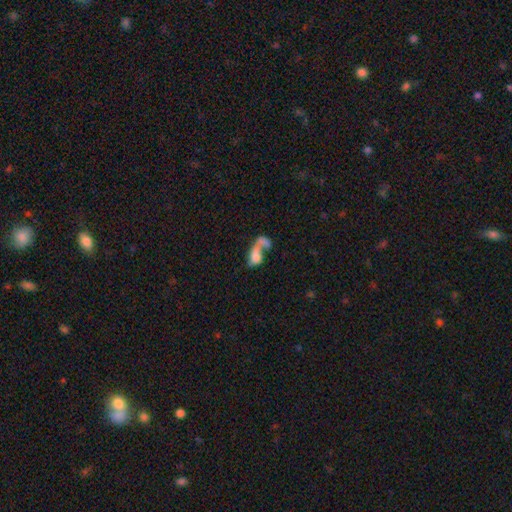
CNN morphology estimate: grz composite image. It shows a smooth galaxy with no disk features (58%) that is in between round and cigar-shaped (75%). Merging: merger (54%).